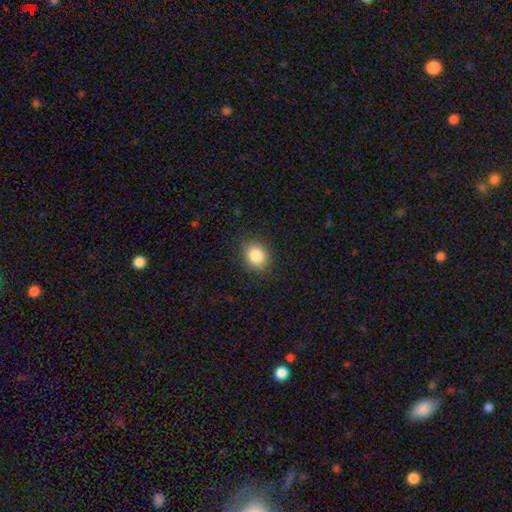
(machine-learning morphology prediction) Smooth or featured?
  - smooth: 85% *
  - star or artifact: 10%
  - featured or disk: 5%
How rounded?
  - round: 65% *
  - in between: 34%
  - cigar-shaped: 1%
Merging?
  - none: 86% *
  - minor disturbance: 10%
  - major disturbance: 3%
  - merger: 1%